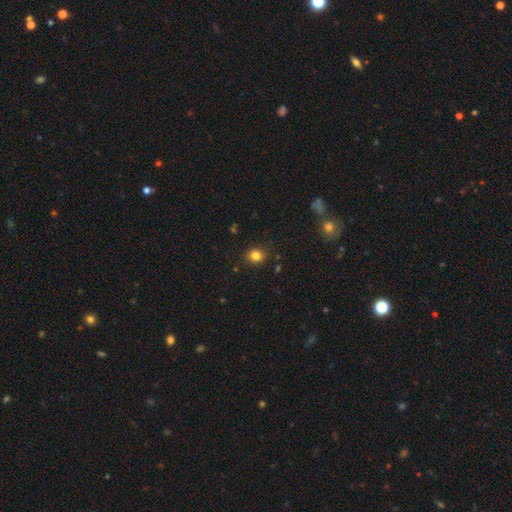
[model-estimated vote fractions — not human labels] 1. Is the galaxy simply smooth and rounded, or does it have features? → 82% smooth, 13% star or artifact, 6% featured or disk.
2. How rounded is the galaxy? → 75% round, 24% in between, 1% cigar-shaped.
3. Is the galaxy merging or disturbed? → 87% none, 9% minor disturbance, 2% major disturbance, 2% merger.